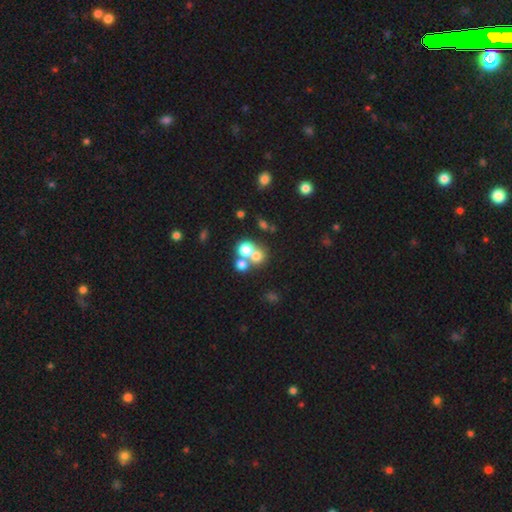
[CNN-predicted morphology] Smooth or featured: smooth — 65% (featured or disk — 18%)
How rounded: round — 82% (in between — 17%)
Merging: merger — 49% (none — 40%)